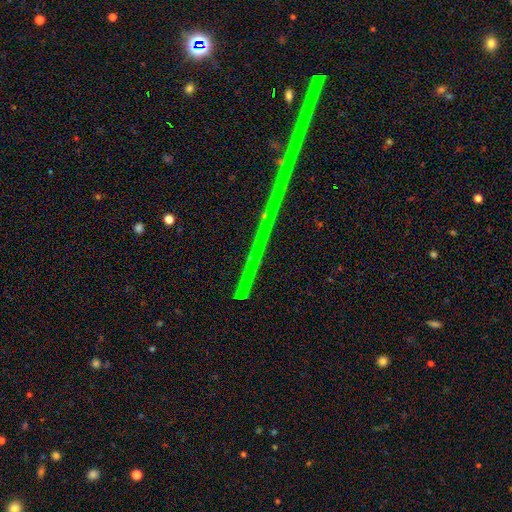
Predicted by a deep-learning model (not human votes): Smooth or featured: star or artifact — 81% (featured or disk — 12%)